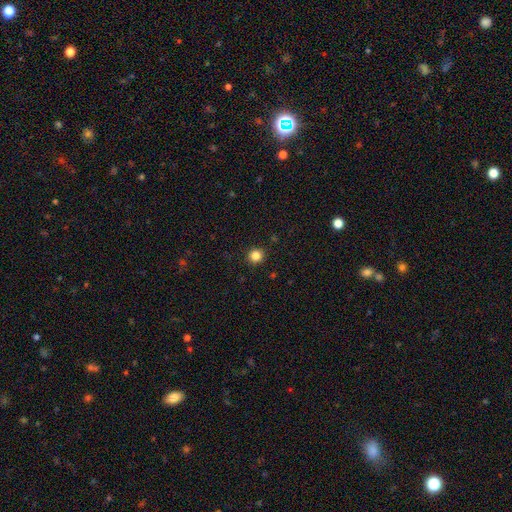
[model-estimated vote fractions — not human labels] Q: Smooth or featured?
A: smooth (84%); runner-up: star or artifact (12%)
Q: How rounded?
A: round (92%); runner-up: in between (7%)
Q: Merging?
A: none (91%); runner-up: minor disturbance (6%)